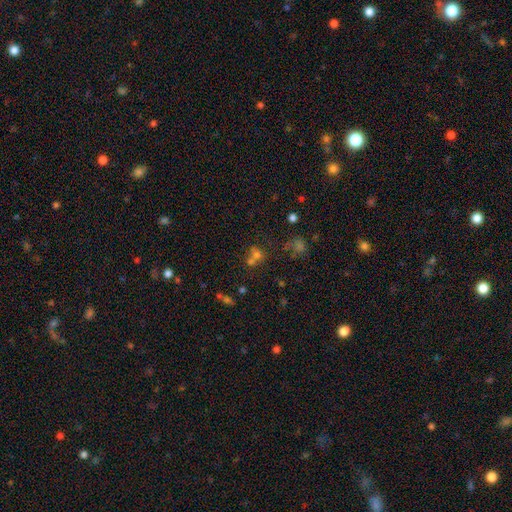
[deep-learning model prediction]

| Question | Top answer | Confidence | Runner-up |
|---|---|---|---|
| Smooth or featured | smooth | 54% | star or artifact (32%) |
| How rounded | round | 74% | in between (24%) |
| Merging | merger | 46% | none (41%) |